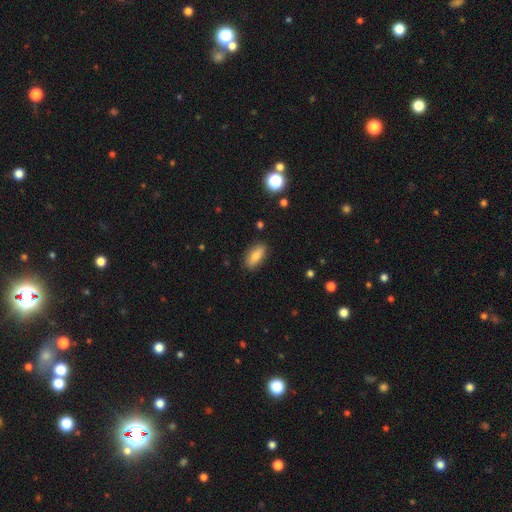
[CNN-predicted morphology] type=smooth (78%); roundness=in between (84%); merging=none (86%).